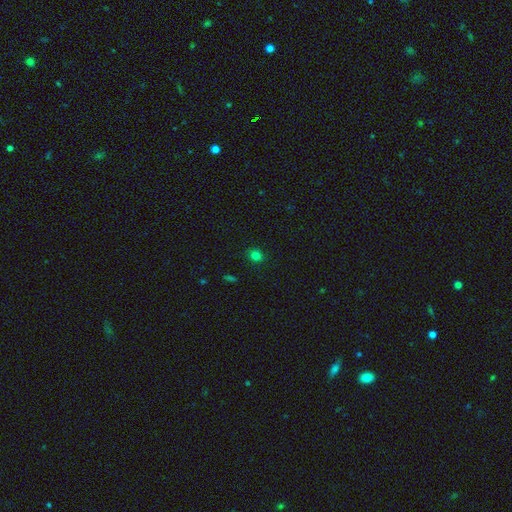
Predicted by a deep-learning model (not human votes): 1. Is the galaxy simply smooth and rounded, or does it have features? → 79% smooth, 16% star or artifact, 5% featured or disk.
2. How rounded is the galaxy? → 79% round, 20% in between, 1% cigar-shaped.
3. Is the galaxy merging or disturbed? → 90% none, 7% minor disturbance, 2% major disturbance, 1% merger.